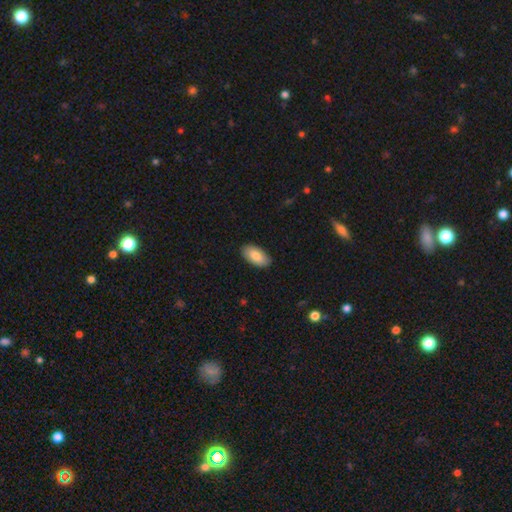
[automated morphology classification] This is clearly a smooth galaxy (84%). How rounded: clearly in between (95%). Merging: clearly none (88%).